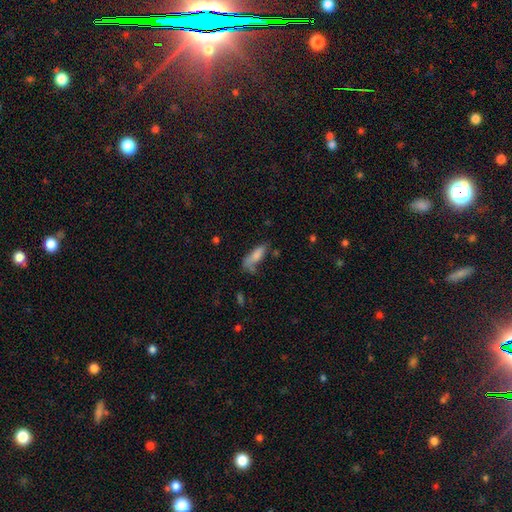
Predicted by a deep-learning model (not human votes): A smooth galaxy with no disk features (77%) that is in between round and cigar-shaped (58%).

Vote fractions:
- Smooth or featured? smooth: 77% / featured or disk: 14% / star or artifact: 9%
- How rounded? in between: 58% / cigar-shaped: 40% / round: 2%
- Merging? none: 40% / minor disturbance: 26% / major disturbance: 20% / merger: 14%